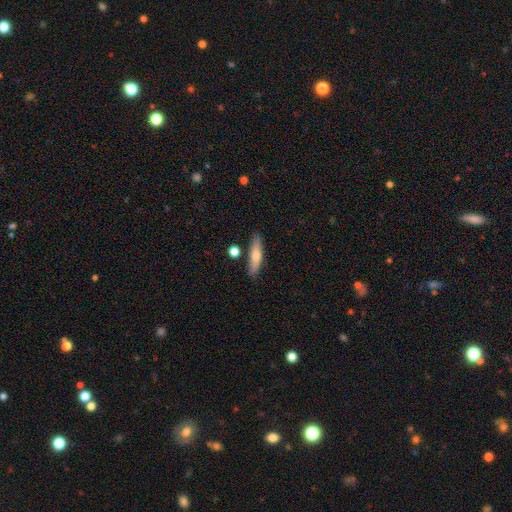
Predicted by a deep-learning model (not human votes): Smooth or featured: smooth — 68% (featured or disk — 26%)
How rounded: cigar-shaped — 72% (in between — 25%)
Merging: none — 82% (minor disturbance — 11%)